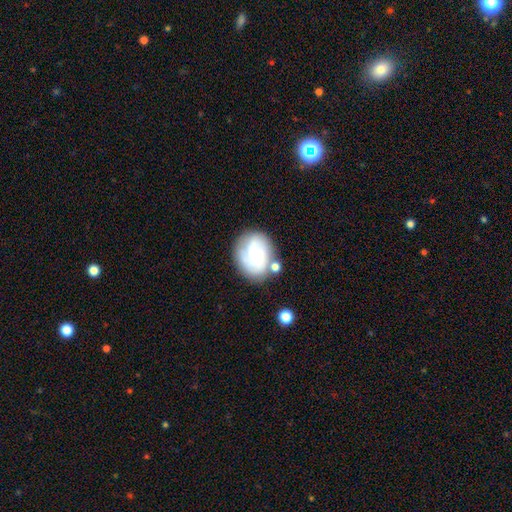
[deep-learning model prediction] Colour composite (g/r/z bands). It shows a featured or disk galaxy (56%) with no bar (67%), spiral arms (85%) and a small central bulge (44%). Merging: none (60%).